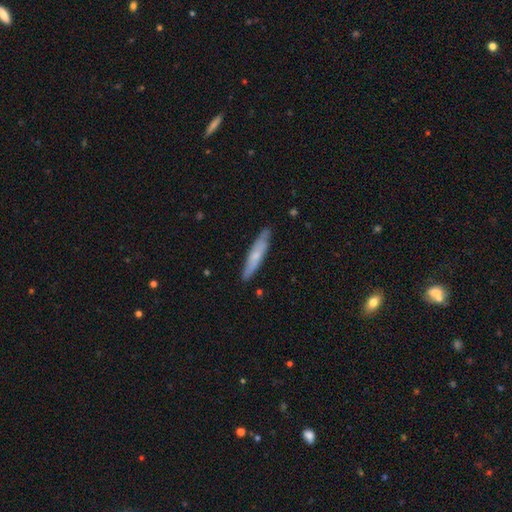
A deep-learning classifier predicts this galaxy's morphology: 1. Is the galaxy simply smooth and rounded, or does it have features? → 54% smooth, 40% featured or disk, 6% star or artifact.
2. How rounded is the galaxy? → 89% cigar-shaped, 10% in between, 1% round.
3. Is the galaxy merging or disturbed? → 84% none, 12% minor disturbance, 2% major disturbance, 1% merger.